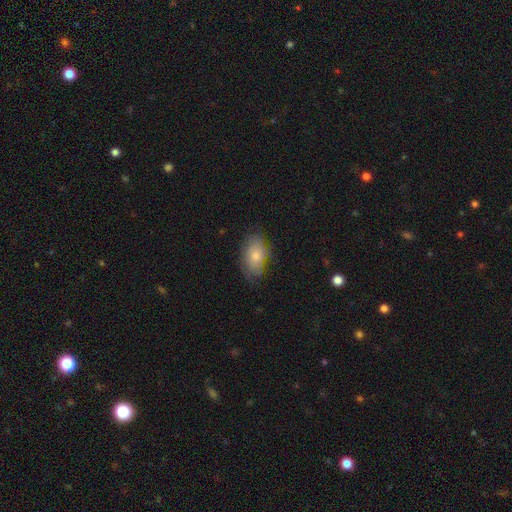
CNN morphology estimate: Q: Smooth or featured?
A: smooth (71%); runner-up: featured or disk (21%)
Q: How rounded?
A: in between (90%); runner-up: round (8%)
Q: Merging?
A: none (64%); runner-up: minor disturbance (25%)